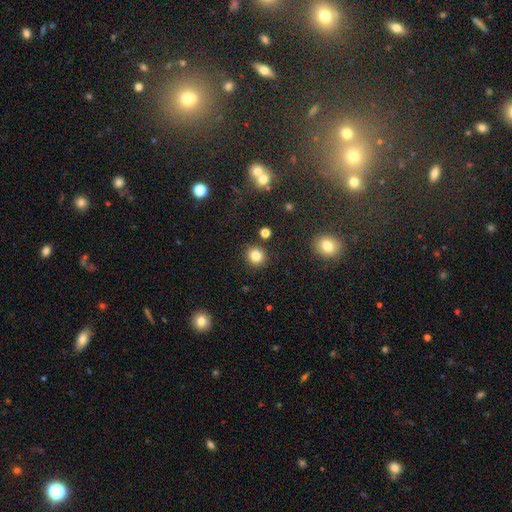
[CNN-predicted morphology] Smooth or featured? Predicted: smooth (p=0.82). How rounded? Predicted: round (p=0.88). Merging? Predicted: none (p=0.88).